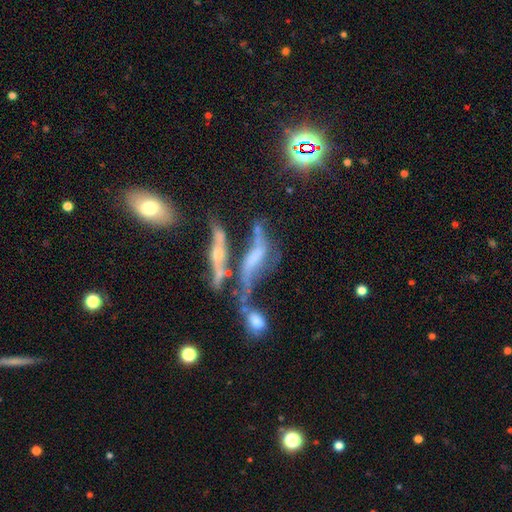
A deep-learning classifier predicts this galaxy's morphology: A featured or disk galaxy (63%). Merging: merger (42%).